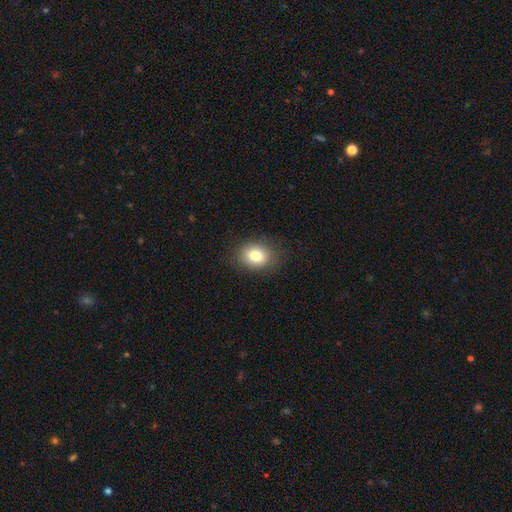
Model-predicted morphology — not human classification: A smooth galaxy with no disk features (81%) that is in between round and cigar-shaped (60%). Merging: none (84%).